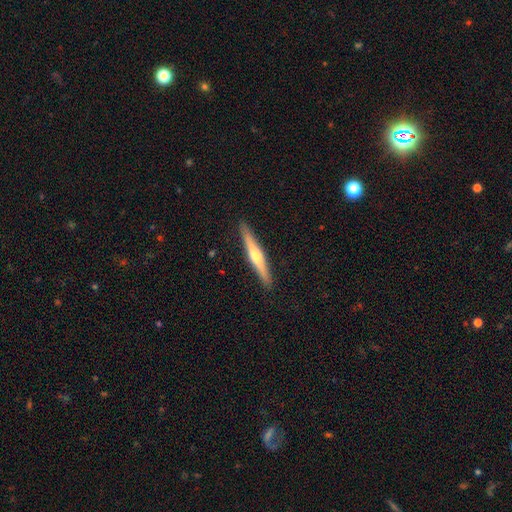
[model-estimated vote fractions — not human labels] A featured or disk galaxy (64%) viewed edge-on (98%) with a rounded central bulge (83%).

Vote fractions:
- Smooth or featured? featured or disk: 64% / smooth: 31% / star or artifact: 5%
- Edge-on disk? yes: 98% / no: 2%
- Edge-on bulge? rounded: 83% / none: 12% / boxy: 5%
- Merging? none: 92% / minor disturbance: 6% / major disturbance: 1% / merger: 1%